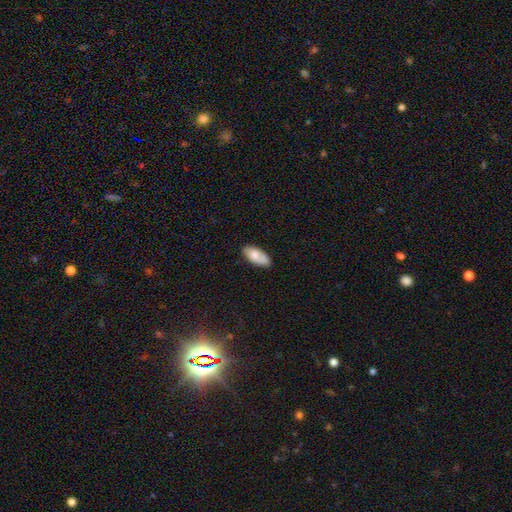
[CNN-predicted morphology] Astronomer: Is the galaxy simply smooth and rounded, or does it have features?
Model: smooth — 79%.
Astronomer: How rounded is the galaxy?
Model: in between — 90%.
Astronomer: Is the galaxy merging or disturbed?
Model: none — 76%.